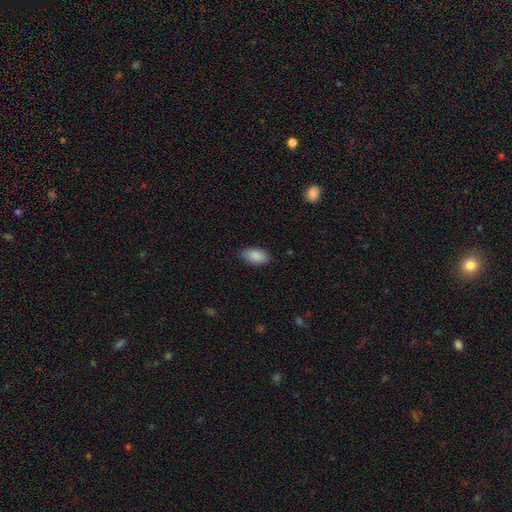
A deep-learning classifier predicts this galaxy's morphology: Overall: smooth (89%). How rounded: in between (94%). Merging: none (86%).